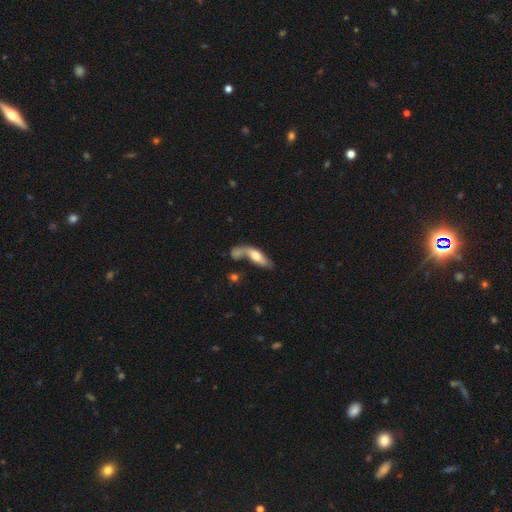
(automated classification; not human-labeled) smooth 50%, featured or disk 43%, star or artifact 7%. Down the decision tree: merging — merger (37%).